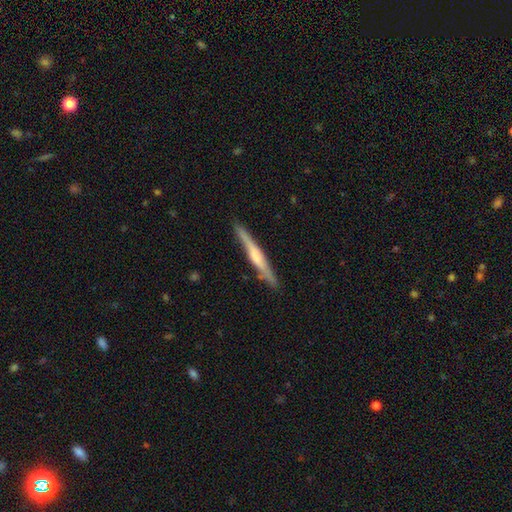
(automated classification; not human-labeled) Smooth or featured? featured or disk (60%)
Edge-on disk? yes (96%)
Edge-on bulge? rounded (46%)
Merging? none (86%)